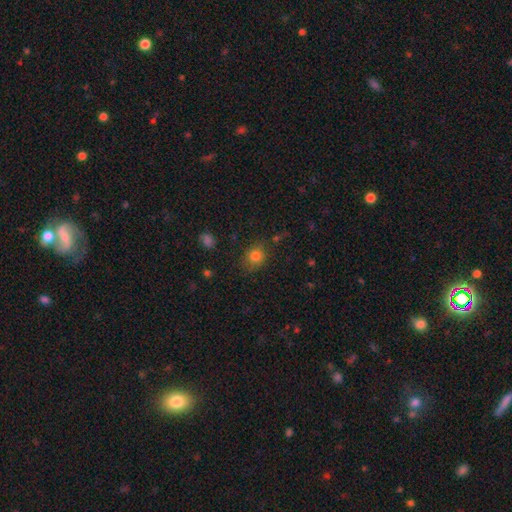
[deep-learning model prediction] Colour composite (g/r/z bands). It shows a smooth galaxy with no disk features (80%) that is round (63%). Merging: none (74%).